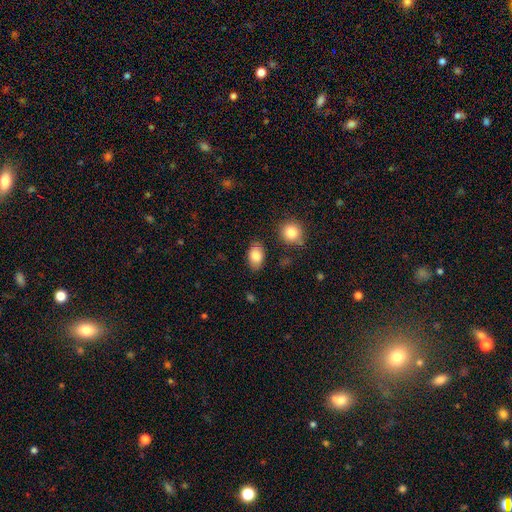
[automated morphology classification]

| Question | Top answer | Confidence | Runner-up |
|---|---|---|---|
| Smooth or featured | smooth | 82% | featured or disk (11%) |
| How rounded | in between | 89% | round (9%) |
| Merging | none | 84% | minor disturbance (11%) |